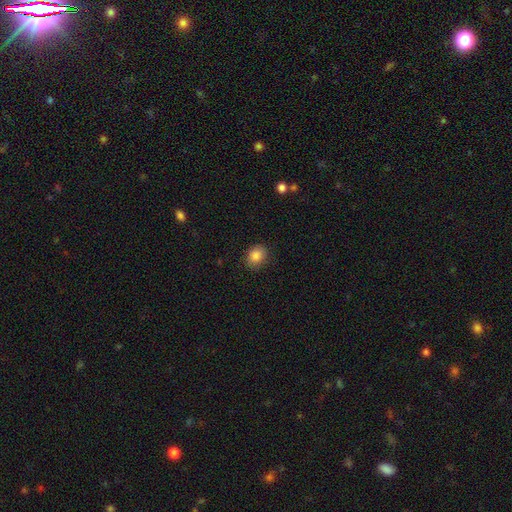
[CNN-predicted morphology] Overall: smooth (86%). How rounded: round (50%; in between 49%). Merging: none (87%).